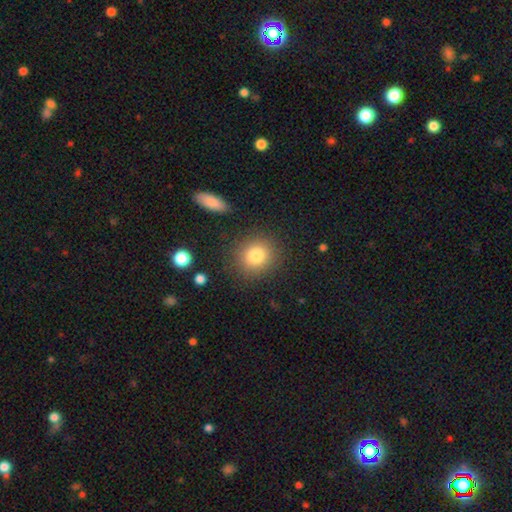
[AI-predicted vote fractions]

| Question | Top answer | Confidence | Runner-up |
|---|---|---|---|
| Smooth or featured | smooth | 81% | star or artifact (11%) |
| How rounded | round | 85% | in between (14%) |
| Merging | none | 86% | minor disturbance (8%) |